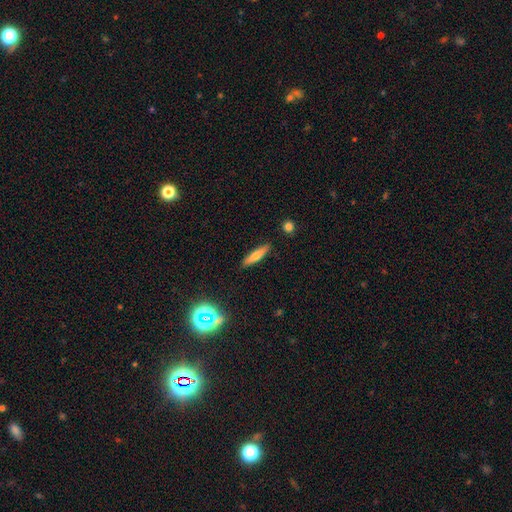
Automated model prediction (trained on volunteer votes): This appears to be a smooth galaxy with no disk features (65%) that is cigar-shaped (81%). Merging: none (88%).